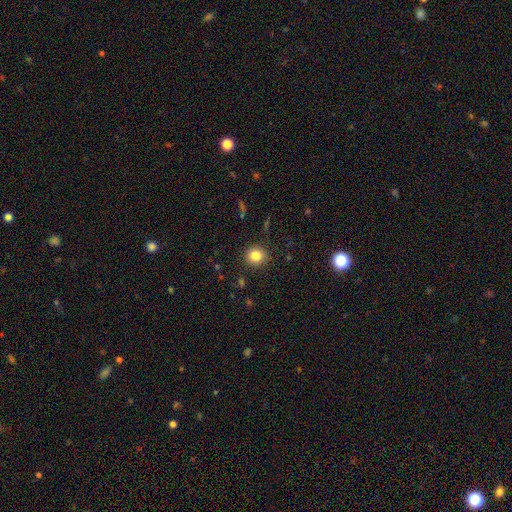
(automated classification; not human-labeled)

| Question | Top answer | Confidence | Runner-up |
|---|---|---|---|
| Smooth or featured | smooth | 83% | star or artifact (11%) |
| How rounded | round | 91% | in between (8%) |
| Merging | none | 90% | minor disturbance (6%) |